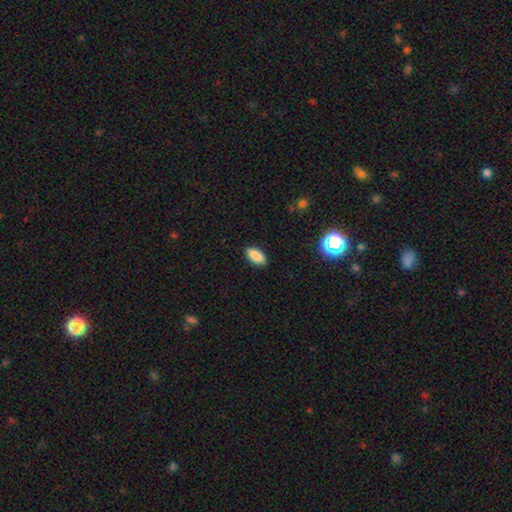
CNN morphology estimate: Q: Smooth or featured?
A: smooth (86%); runner-up: star or artifact (8%)
Q: How rounded?
A: in between (85%); runner-up: cigar-shaped (13%)
Q: Merging?
A: none (88%); runner-up: minor disturbance (9%)